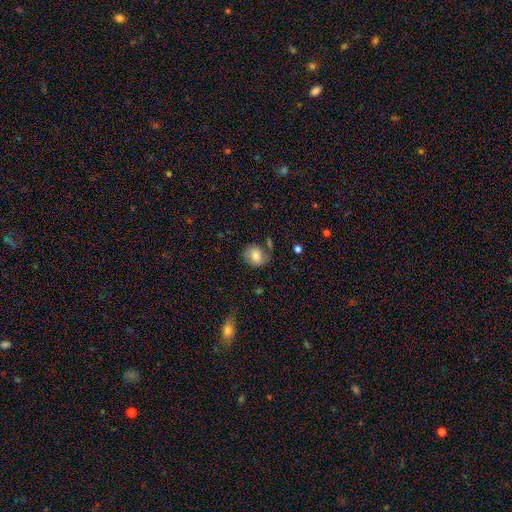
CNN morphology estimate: This appears to be a smooth galaxy with no disk features (75%) that is round (67%). Merging: none (62%).